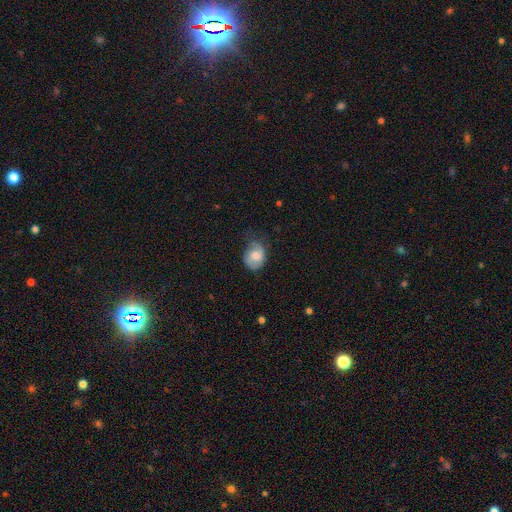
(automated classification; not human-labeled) Smooth or featured? Predicted: smooth (p=0.64). How rounded? Predicted: in between (p=0.55). Merging? Predicted: none (p=0.50).